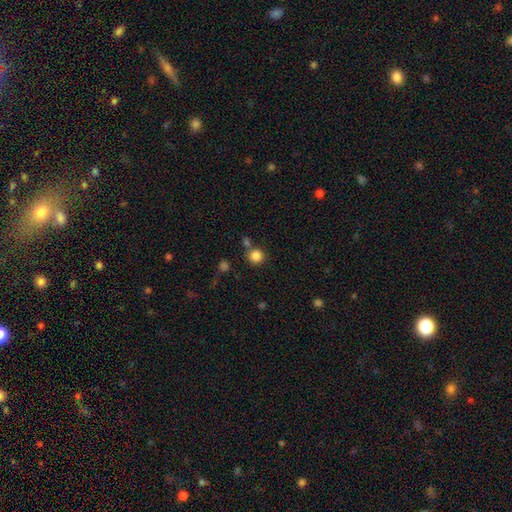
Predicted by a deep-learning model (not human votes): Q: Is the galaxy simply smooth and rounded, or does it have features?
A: smooth — 85%.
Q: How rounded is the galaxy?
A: round — 91%.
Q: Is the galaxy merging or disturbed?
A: none — 72%.